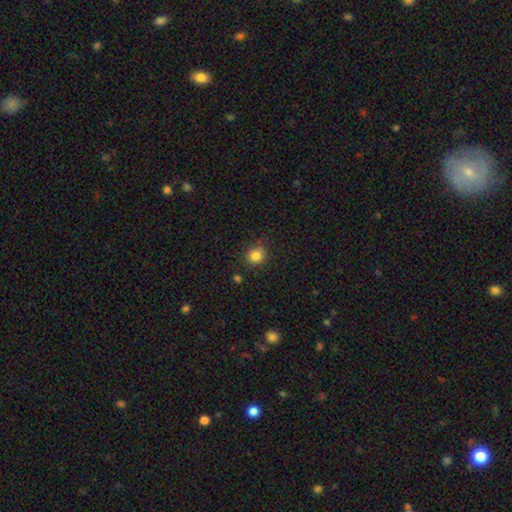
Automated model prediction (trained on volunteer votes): Overall: smooth (84%). How rounded: round (81%). Merging: none (83%).